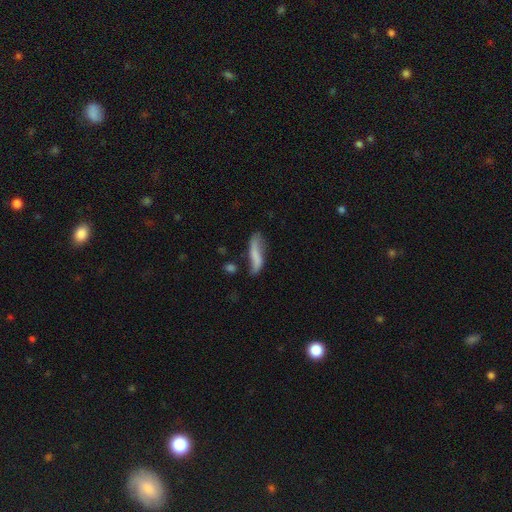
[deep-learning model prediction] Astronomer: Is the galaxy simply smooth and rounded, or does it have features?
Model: smooth — 57% (runner-up: featured or disk, 35%).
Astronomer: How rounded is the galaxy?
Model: cigar-shaped — 66%.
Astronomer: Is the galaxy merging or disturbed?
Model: none — 50% (runner-up: minor disturbance, 30%).